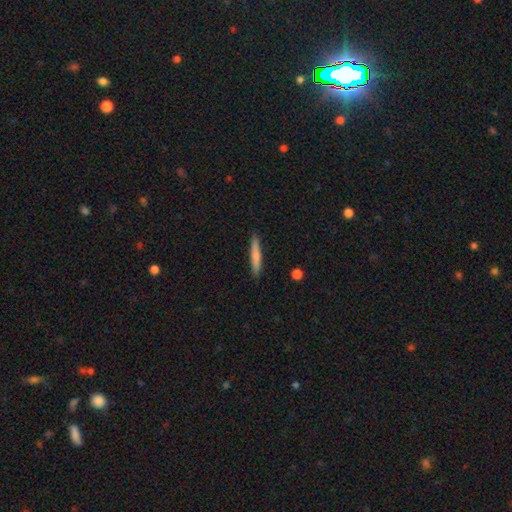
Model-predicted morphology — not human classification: Smooth or featured? Predicted: smooth (p=0.72). How rounded? Predicted: cigar-shaped (p=0.93). Merging? Predicted: none (p=0.89).